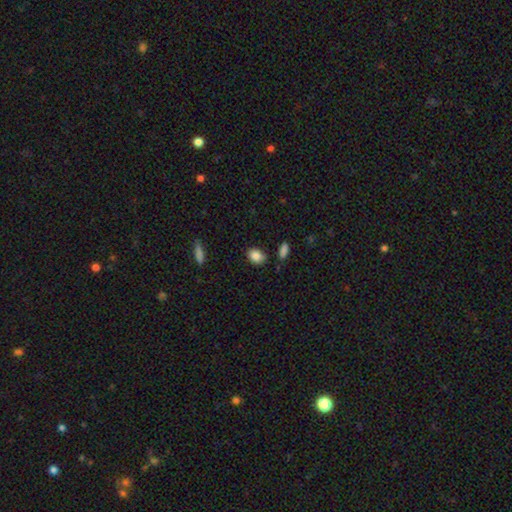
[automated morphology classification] Overall: smooth (87%). How rounded: in between (76%). Merging: none (80%).